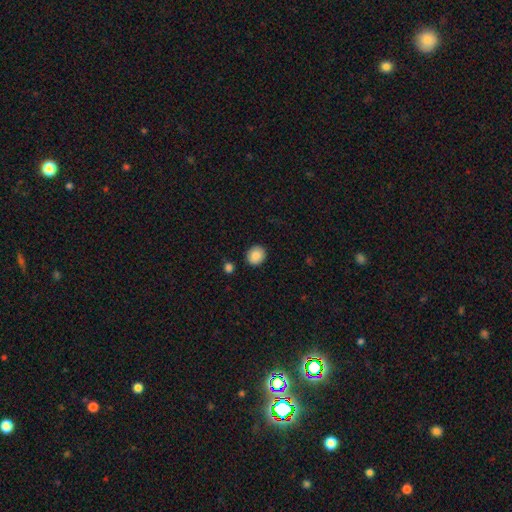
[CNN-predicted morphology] type=smooth (88%); roundness=round (80%); merging=none (89%).